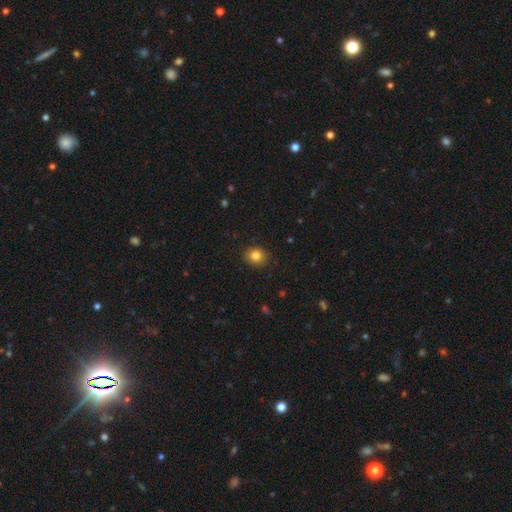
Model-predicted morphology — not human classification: This is clearly a smooth galaxy (83%). How rounded: likely round (76%). Merging: clearly none (89%).